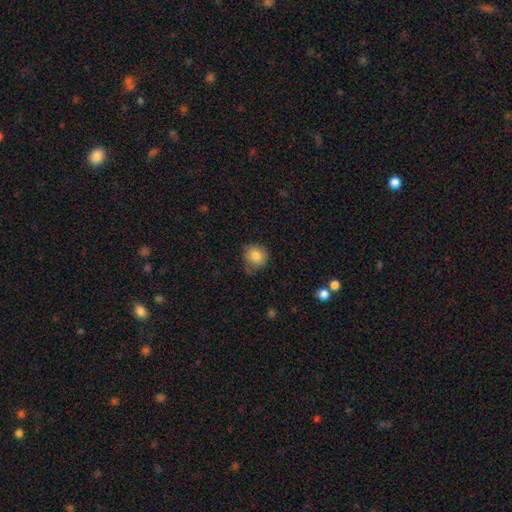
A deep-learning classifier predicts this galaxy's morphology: Overall: smooth (85%). How rounded: round (89%). Merging: none (74%).